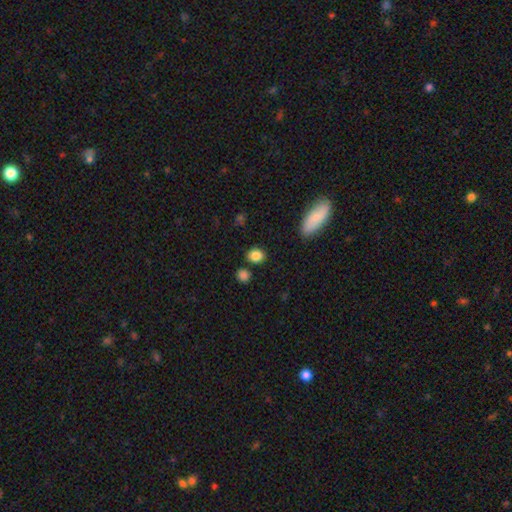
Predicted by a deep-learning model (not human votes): smooth_or_featured: smooth (p=0.85) [alt: star or artifact p=0.10]
how_rounded: round (p=0.60) [alt: in between p=0.39]
merging: none (p=0.81) [alt: minor disturbance p=0.10]